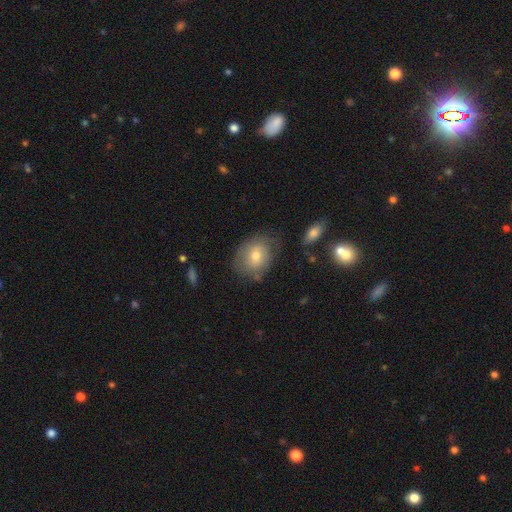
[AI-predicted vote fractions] Overall: smooth (62%; featured or disk 29%). How rounded: in between (51%; round 48%). Merging: none (69%).